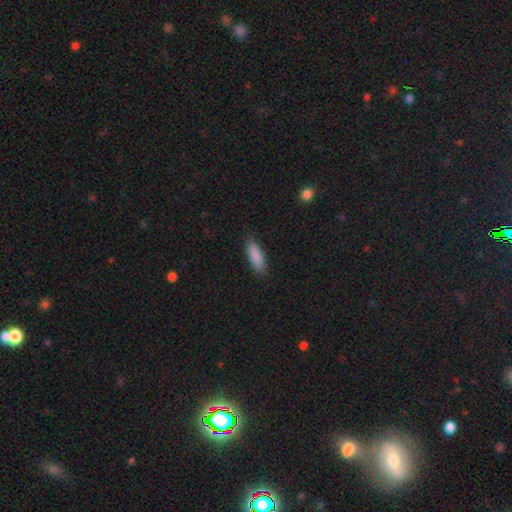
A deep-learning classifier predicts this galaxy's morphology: Smooth or featured?
  - smooth: 89% *
  - star or artifact: 6%
  - featured or disk: 5%
How rounded?
  - in between: 61% *
  - cigar-shaped: 37%
  - round: 2%
Merging?
  - none: 84% *
  - minor disturbance: 13%
  - major disturbance: 2%
  - merger: 1%